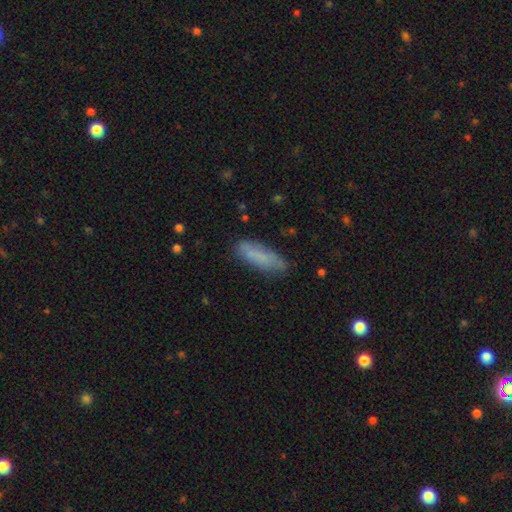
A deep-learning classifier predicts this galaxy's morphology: This appears to be a smooth galaxy with no disk features (77%) that is cigar-shaped (54%). Merging: none (72%).